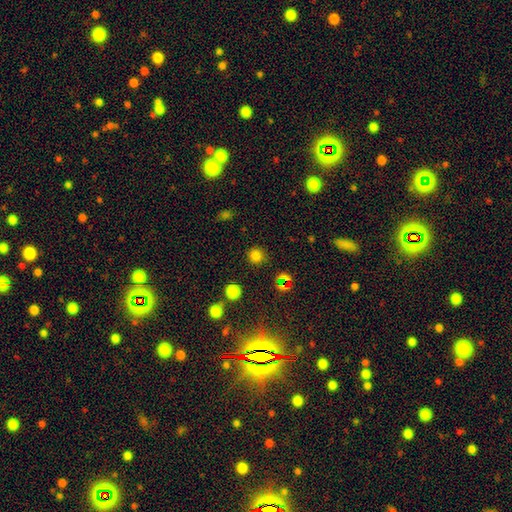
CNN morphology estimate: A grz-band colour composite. It shows a smooth galaxy with no disk features (76%) that is round (93%). Merging: none (88%).